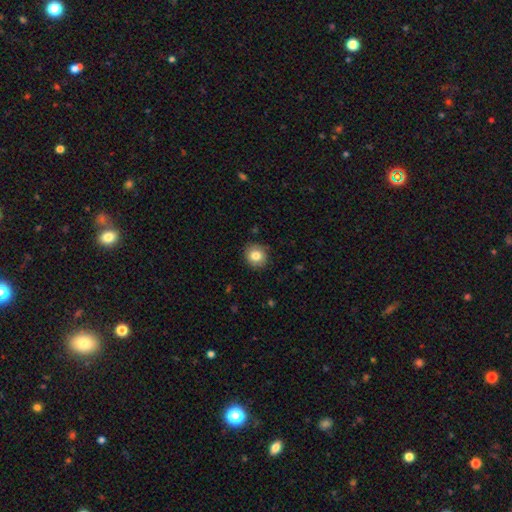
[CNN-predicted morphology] type=smooth (83%); roundness=round (87%); merging=none (89%).